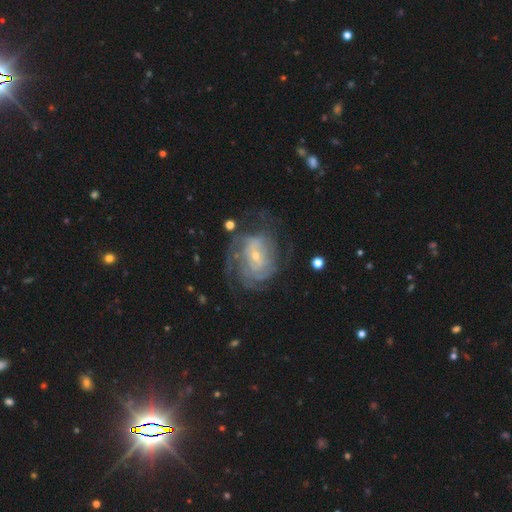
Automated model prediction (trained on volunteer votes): smooth_or_featured: featured or disk (p=0.85) [alt: smooth p=0.09]
disk_edge_on: no (p=0.97) [alt: yes p=0.03]
bar: no (p=0.48) [alt: weak p=0.41]
has_spiral_arms: yes (p=0.93) [alt: no p=0.07]
spiral_winding: tight (p=0.63) [alt: medium p=0.28]
spiral_arm_count: can't tell (p=0.42) [alt: 4 p=0.16]
bulge_size: small (p=0.71) [alt: moderate p=0.25]
merging: none (p=0.61) [alt: minor disturbance p=0.19]